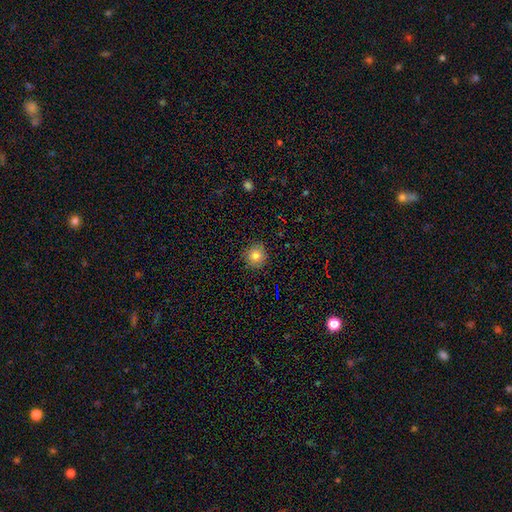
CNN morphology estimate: type=smooth (81%); roundness=round (92%); merging=none (90%).